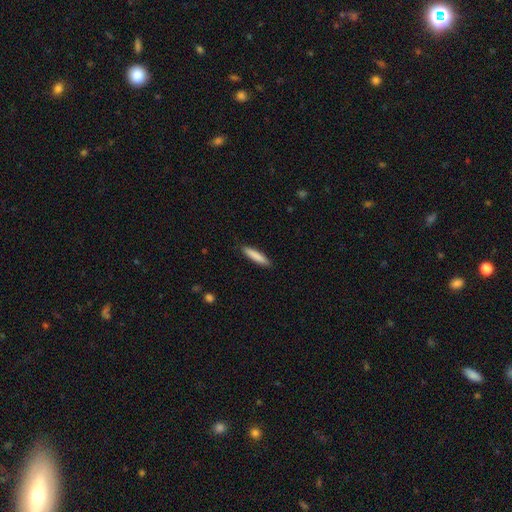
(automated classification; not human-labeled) Q: Smooth or featured?
A: smooth (85%); runner-up: featured or disk (10%)
Q: How rounded?
A: cigar-shaped (86%); runner-up: in between (12%)
Q: Merging?
A: none (89%); runner-up: minor disturbance (8%)